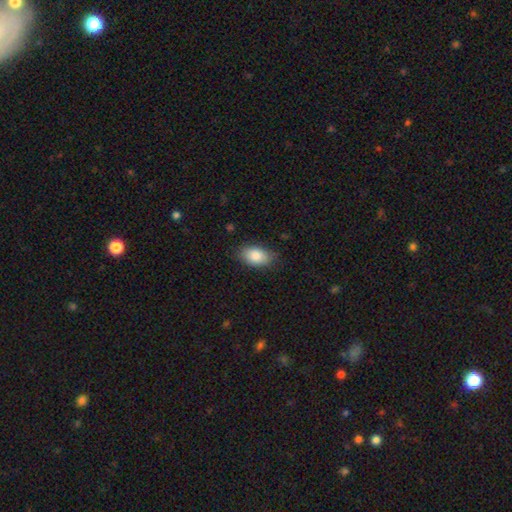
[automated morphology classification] Q: Smooth or featured?
A: smooth (86%); runner-up: featured or disk (8%)
Q: How rounded?
A: in between (92%); runner-up: round (6%)
Q: Merging?
A: none (81%); runner-up: minor disturbance (15%)